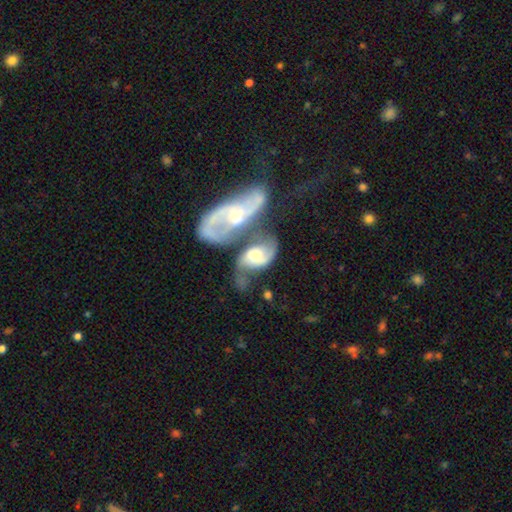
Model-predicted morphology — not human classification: Overall: featured or disk (75%). Edge-on disk: no (94%). Bar: no (52%; weak 39%). Spiral arms: yes (91%). Spiral arm count: 2 (83%). Spiral winding: loose (50%; medium 38%). Bulge size: moderate (54%; large 21%). Merging: merger (61%).